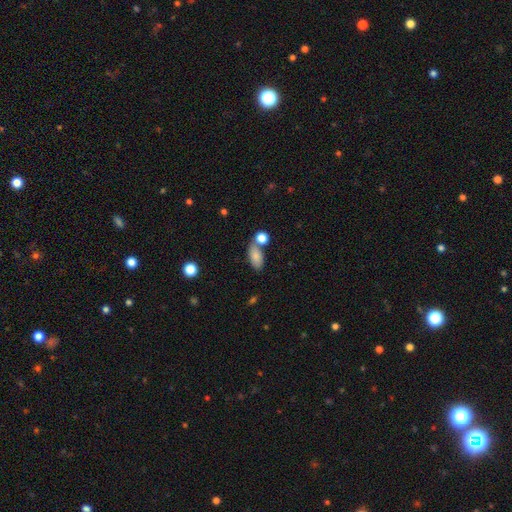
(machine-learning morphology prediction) Overall: smooth (81%). How rounded: in between (87%). Merging: none (57%; merger 24%).